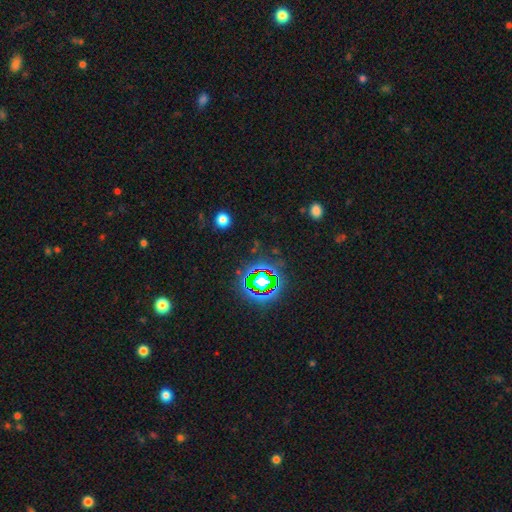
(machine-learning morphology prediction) Q: Smooth or featured?
A: star or artifact (80%); runner-up: smooth (12%)